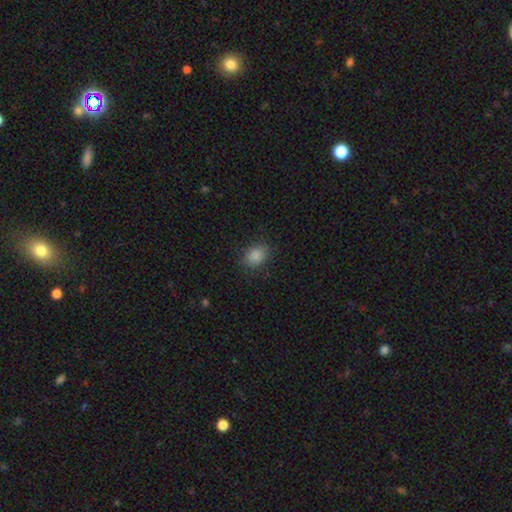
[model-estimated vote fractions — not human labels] Overall: smooth (86%). How rounded: in between (64%; round 35%). Merging: none (84%).